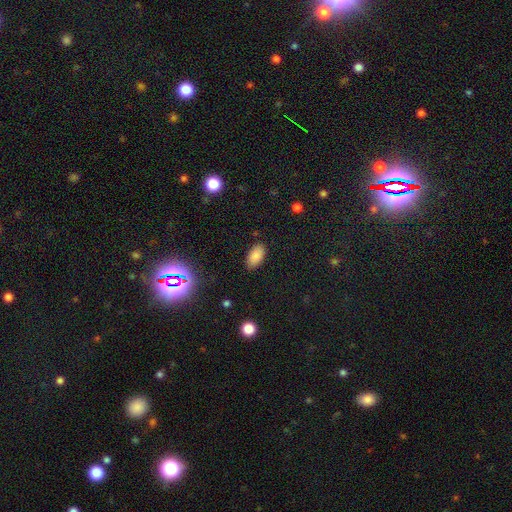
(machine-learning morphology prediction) Smooth or featured?
  - smooth: 84% *
  - star or artifact: 10%
  - featured or disk: 6%
How rounded?
  - in between: 94% *
  - cigar-shaped: 3%
  - round: 3%
Merging?
  - none: 87% *
  - minor disturbance: 9%
  - major disturbance: 2%
  - merger: 1%